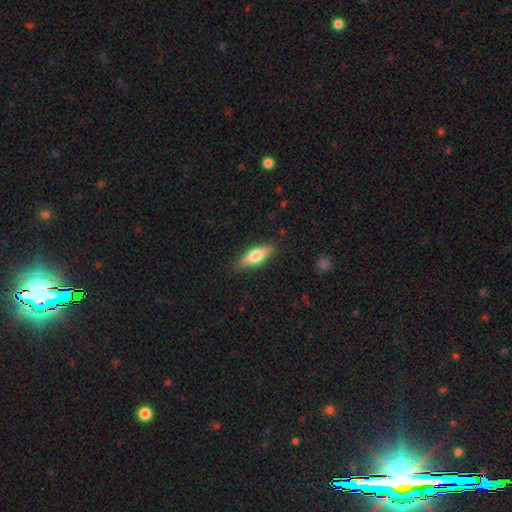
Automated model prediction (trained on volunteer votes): Smooth or featured: smooth — 59% (featured or disk — 34%)
How rounded: in between — 52% (cigar-shaped — 45%)
Merging: none — 87% (minor disturbance — 10%)